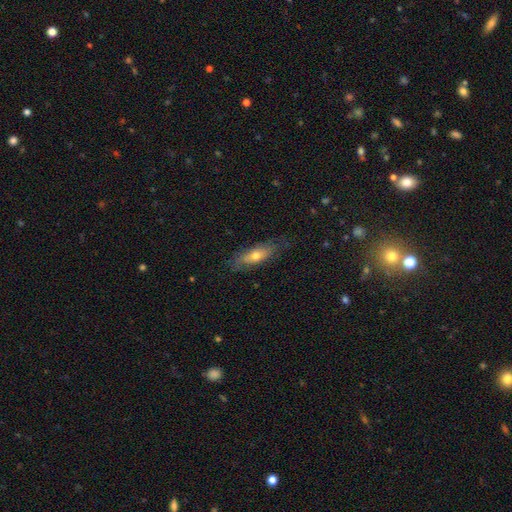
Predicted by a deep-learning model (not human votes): Overall: smooth (56%; featured or disk 37%). How rounded: in between (56%; cigar-shaped 41%). Merging: none (72%).